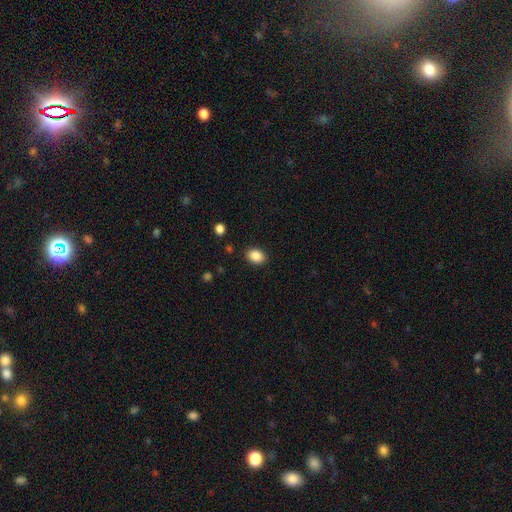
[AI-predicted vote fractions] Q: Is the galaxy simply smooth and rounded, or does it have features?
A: smooth — 87%.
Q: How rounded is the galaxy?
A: in between — 73%.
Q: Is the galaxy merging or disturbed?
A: none — 87%.